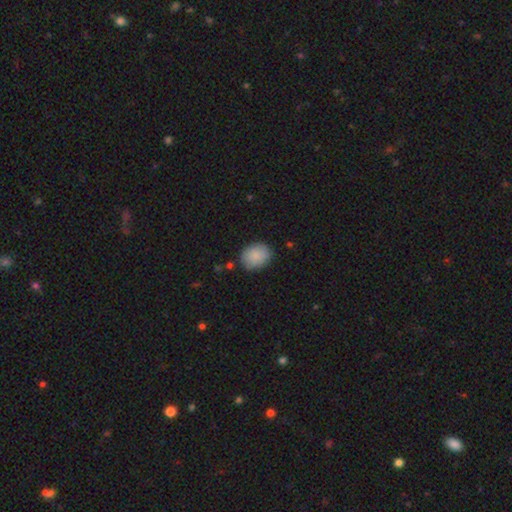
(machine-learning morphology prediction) smooth-or-featured: smooth: 88% | star or artifact: 7% | featured or disk: 5%
  how-rounded: in between: 55% | round: 44% | cigar-shaped: 1%
  merging: none: 82% | minor disturbance: 13% | major disturbance: 3% | merger: 2%